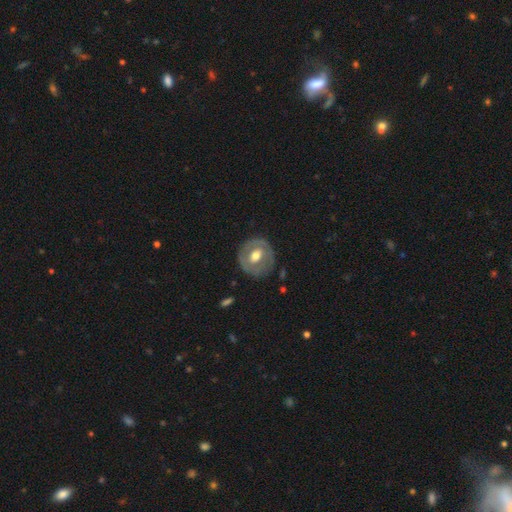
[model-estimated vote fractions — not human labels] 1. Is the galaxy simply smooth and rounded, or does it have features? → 58% featured or disk, 37% smooth, 5% star or artifact.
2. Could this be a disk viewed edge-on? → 95% no, 5% yes.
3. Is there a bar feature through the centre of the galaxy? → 53% no, 35% weak, 12% strong.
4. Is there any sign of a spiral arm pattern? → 71% no, 29% yes.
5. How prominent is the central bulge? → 73% moderate, 18% large, 7% small, 1% dominant, 1% none.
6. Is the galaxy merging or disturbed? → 80% none, 14% minor disturbance, 5% major disturbance, 1% merger.